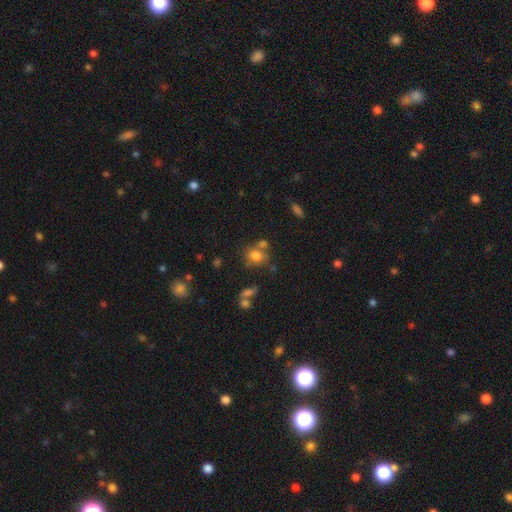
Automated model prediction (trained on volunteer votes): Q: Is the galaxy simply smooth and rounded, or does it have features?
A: smooth — 76%.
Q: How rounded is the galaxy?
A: round — 65%.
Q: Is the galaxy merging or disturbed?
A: none — 55%.